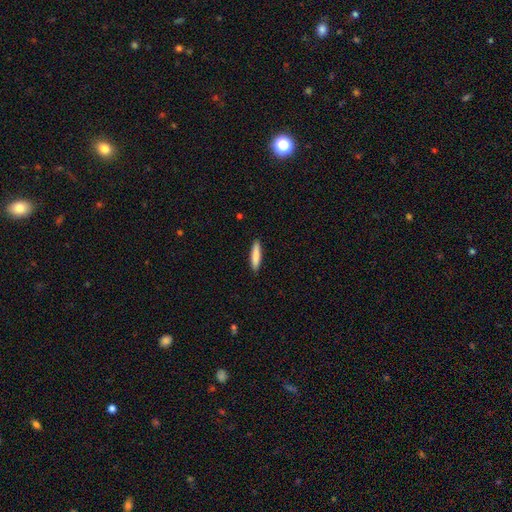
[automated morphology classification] smooth-or-featured: smooth: 84% | featured or disk: 10% | star or artifact: 5%
  how-rounded: cigar-shaped: 84% | in between: 15% | round: 1%
  merging: none: 90% | minor disturbance: 7% | major disturbance: 1% | merger: 1%